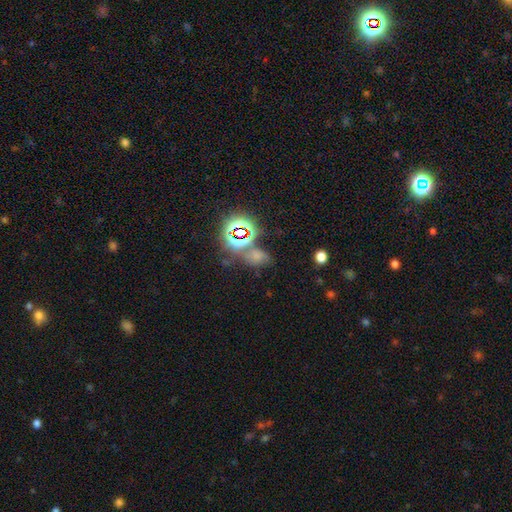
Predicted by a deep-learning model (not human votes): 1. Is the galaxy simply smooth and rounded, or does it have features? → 45% star or artifact, 43% smooth, 11% featured or disk.